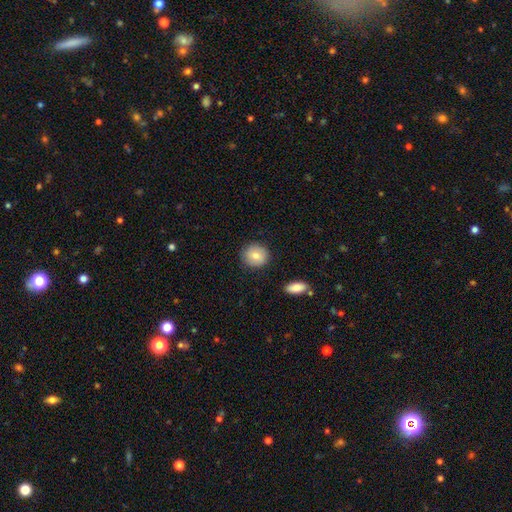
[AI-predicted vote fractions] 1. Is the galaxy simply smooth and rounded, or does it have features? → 81% smooth, 11% featured or disk, 8% star or artifact.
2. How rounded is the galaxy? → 86% round, 13% in between, 1% cigar-shaped.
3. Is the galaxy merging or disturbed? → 87% none, 9% minor disturbance, 2% major disturbance, 2% merger.